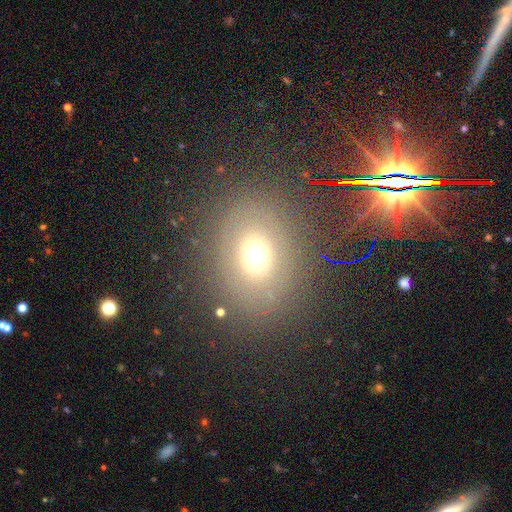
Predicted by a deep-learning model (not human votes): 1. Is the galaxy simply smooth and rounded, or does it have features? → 60% smooth, 22% star or artifact, 18% featured or disk.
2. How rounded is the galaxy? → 53% round, 46% in between, 1% cigar-shaped.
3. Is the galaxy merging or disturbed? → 80% none, 11% minor disturbance, 7% major disturbance, 3% merger.